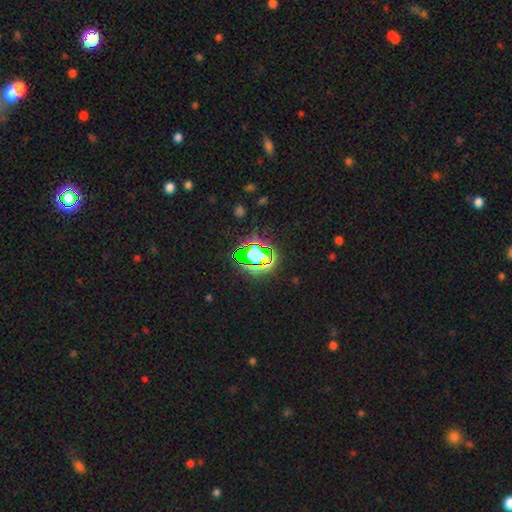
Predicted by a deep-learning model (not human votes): This is likely a star or artifact rather than a galaxy (67%).